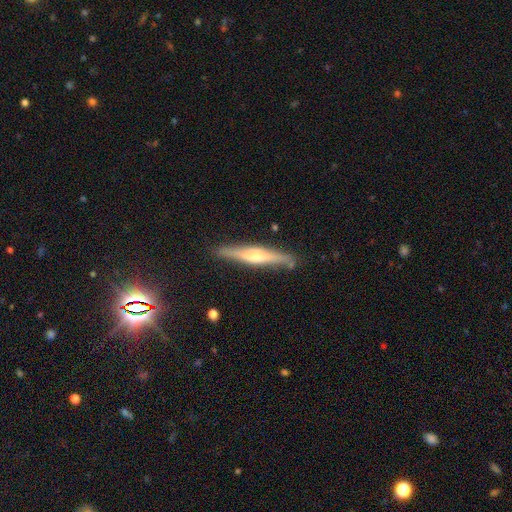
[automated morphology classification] Smooth or featured? featured or disk (63%)
Edge-on disk? yes (95%)
Edge-on bulge? rounded (78%)
Merging? none (84%)